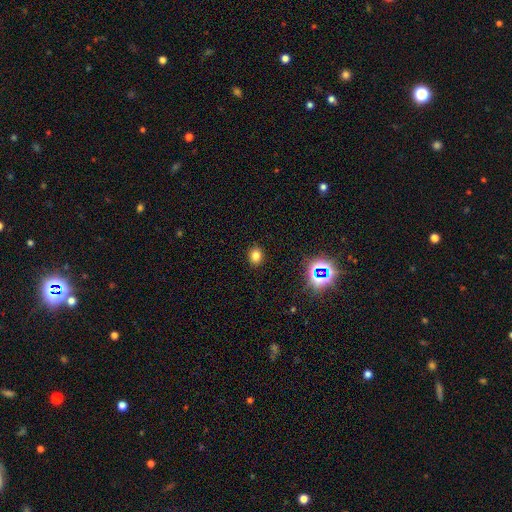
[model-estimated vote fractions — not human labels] Smooth or featured? Predicted: smooth (p=0.75). How rounded? Predicted: round (p=0.56). Merging? Predicted: none (p=0.89).